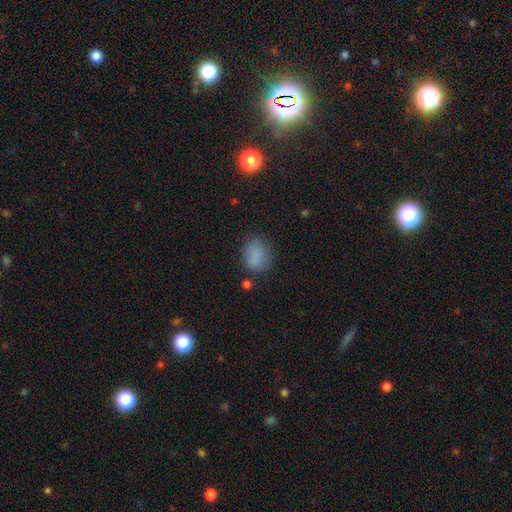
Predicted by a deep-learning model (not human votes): Smooth or featured?
  - smooth: 82% *
  - star or artifact: 12%
  - featured or disk: 7%
How rounded?
  - in between: 52% *
  - round: 47%
  - cigar-shaped: 1%
Merging?
  - none: 72% *
  - minor disturbance: 19%
  - major disturbance: 6%
  - merger: 3%